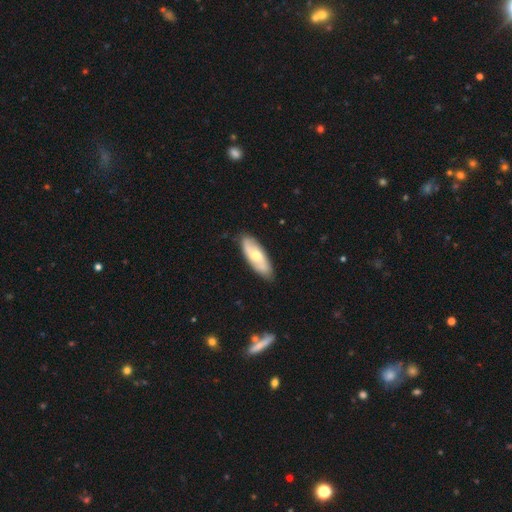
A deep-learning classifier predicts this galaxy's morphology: This is possibly a featured or disk galaxy (48%). Merging: clearly none (84%).